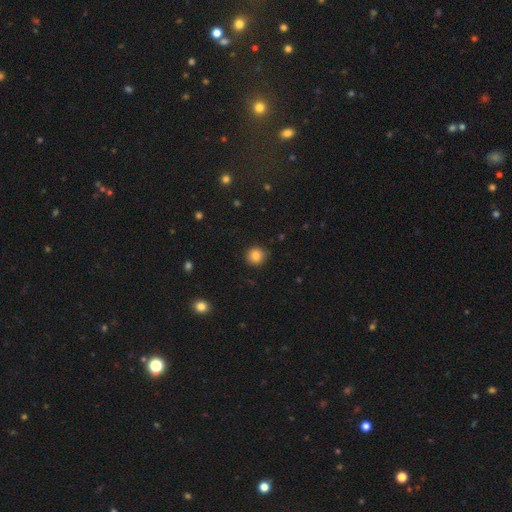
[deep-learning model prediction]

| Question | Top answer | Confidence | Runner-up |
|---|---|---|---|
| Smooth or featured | smooth | 84% | star or artifact (10%) |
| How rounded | round | 91% | in between (8%) |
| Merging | none | 90% | minor disturbance (7%) |